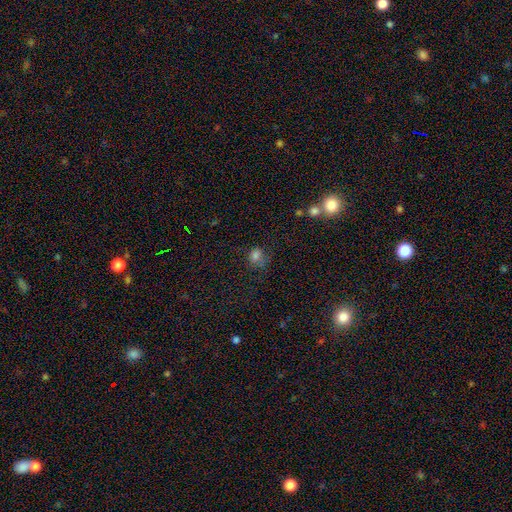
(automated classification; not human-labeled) The model was most divided on "how rounded": round: 64%, in between: 35%, cigar-shaped: 1%. More confident: smooth or featured — smooth (75%); merging — none (56%).